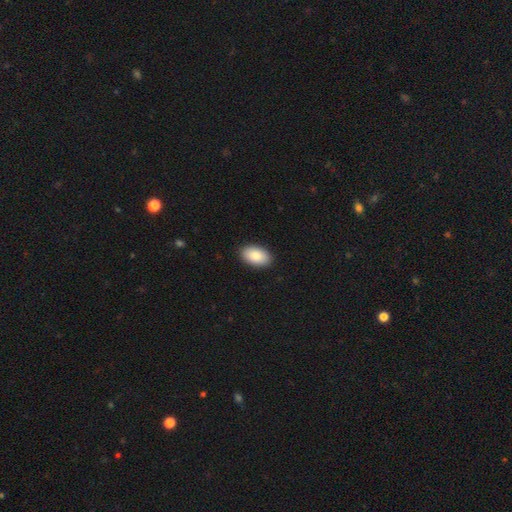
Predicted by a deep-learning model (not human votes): Morphology: type=smooth (85%); roundness=in between (94%); merging=none (90%).